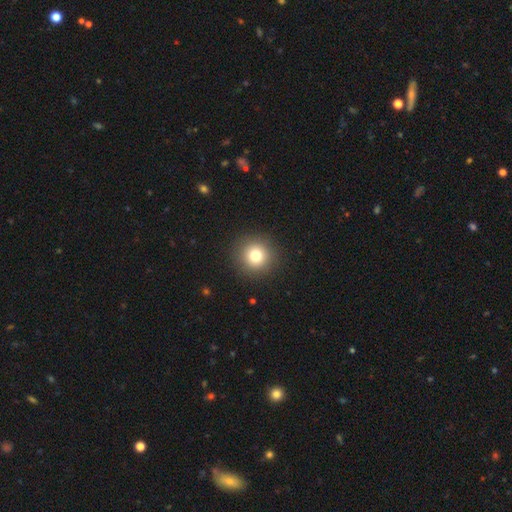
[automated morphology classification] A smooth galaxy with no disk features (79%) that is round (95%). Merging: none (92%).